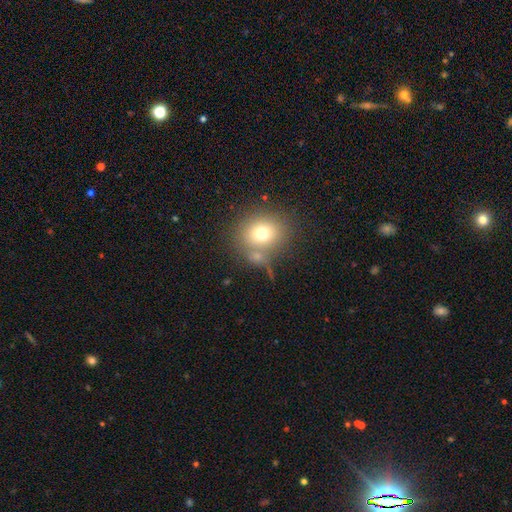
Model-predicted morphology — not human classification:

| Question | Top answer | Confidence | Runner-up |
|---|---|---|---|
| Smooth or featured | smooth | 71% | featured or disk (15%) |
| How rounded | round | 71% | in between (28%) |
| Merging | none | 64% | merger (18%) |